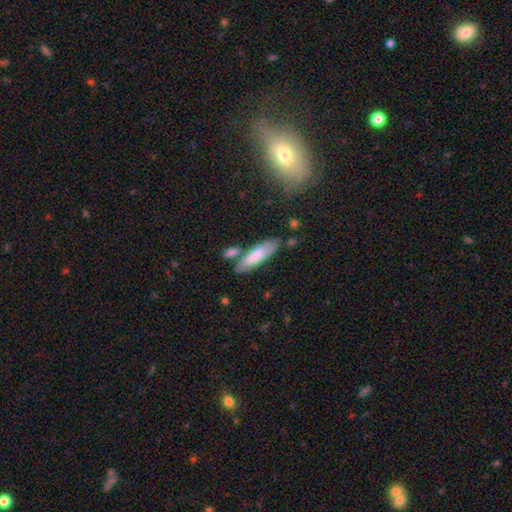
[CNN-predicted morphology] smooth_or_featured: smooth (p=0.69) [alt: featured or disk p=0.25]
how_rounded: cigar-shaped (p=0.56) [alt: in between p=0.43]
merging: none (p=0.70) [alt: minor disturbance p=0.15]